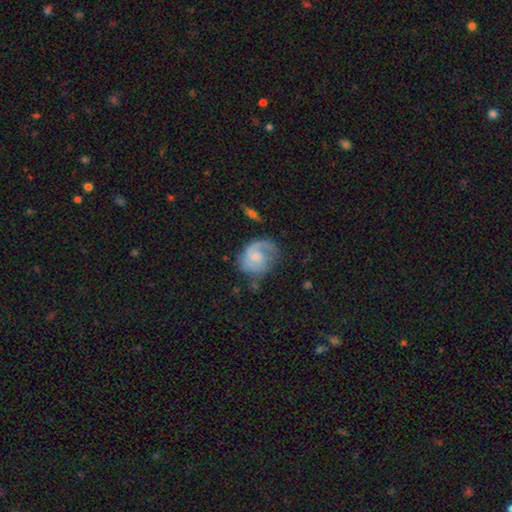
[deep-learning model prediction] A featured or disk galaxy (69%) with no bar (65%), 1 (45%) medium (41%) spiral arms (90%) and a small central bulge (47%). Merging: none (51%).